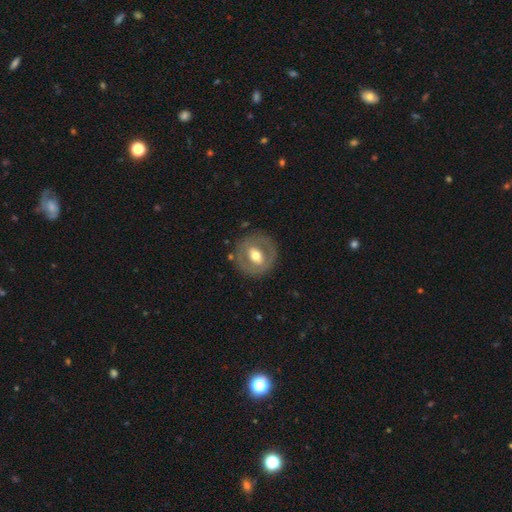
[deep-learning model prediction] Smooth or featured? featured or disk (54%)
Edge-on disk? no (93%)
Bar? no (38%)
Spiral arms? no (83%)
Bulge size? moderate (72%)
Merging? none (80%)